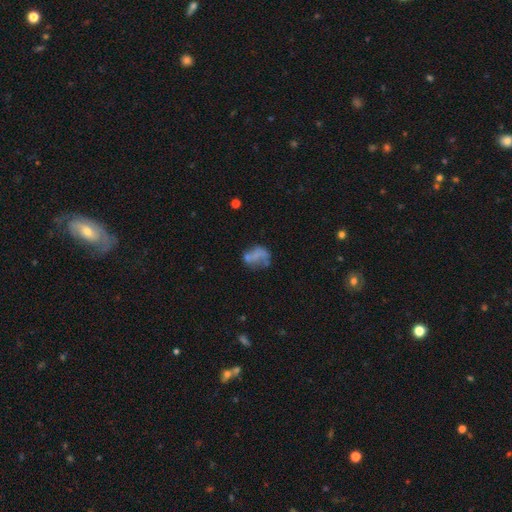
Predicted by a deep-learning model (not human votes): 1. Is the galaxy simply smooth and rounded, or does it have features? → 53% smooth, 35% featured or disk, 13% star or artifact.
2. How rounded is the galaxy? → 63% in between, 34% round, 3% cigar-shaped.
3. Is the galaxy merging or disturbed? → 35% none, 24% major disturbance, 23% minor disturbance, 18% merger.